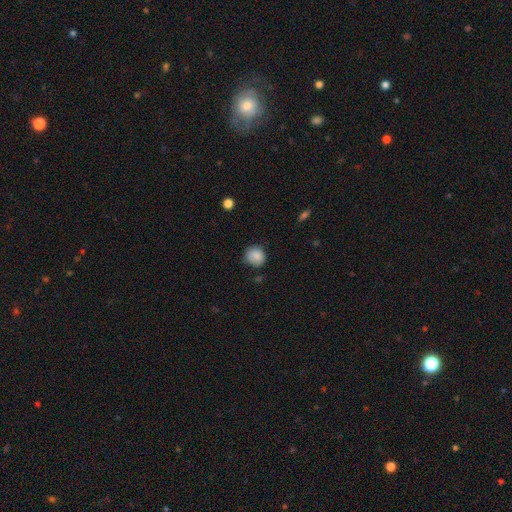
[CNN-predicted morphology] smooth 86%, star or artifact 8%, featured or disk 6%. Down the decision tree: how rounded — round (83%); merging — none (73%).